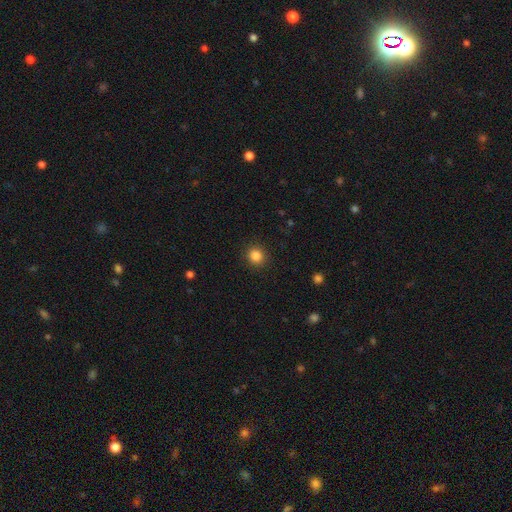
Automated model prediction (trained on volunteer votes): Smooth or featured: smooth — 85% (star or artifact — 11%)
How rounded: round — 89% (in between — 10%)
Merging: none — 91% (minor disturbance — 6%)